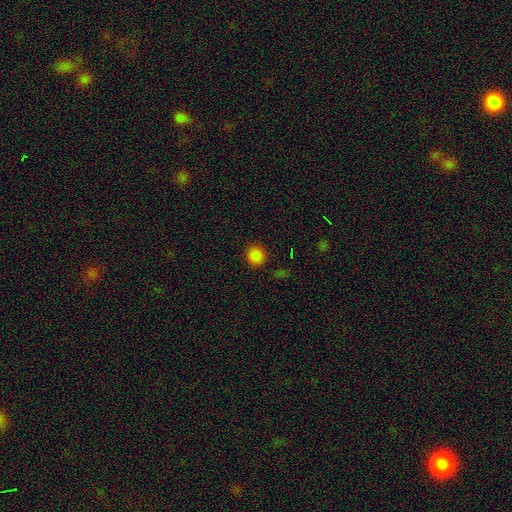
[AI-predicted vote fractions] smooth_or_featured: smooth (p=0.84) [alt: star or artifact p=0.13]
how_rounded: round (p=0.87) [alt: in between p=0.12]
merging: none (p=0.89) [alt: minor disturbance p=0.07]